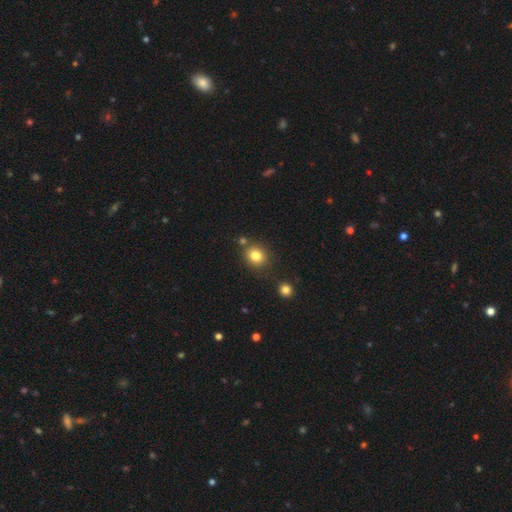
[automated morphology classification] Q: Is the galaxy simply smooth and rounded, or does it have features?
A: smooth — 81%.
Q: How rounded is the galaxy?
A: round — 77%.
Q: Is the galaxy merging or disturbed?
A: none — 76%.